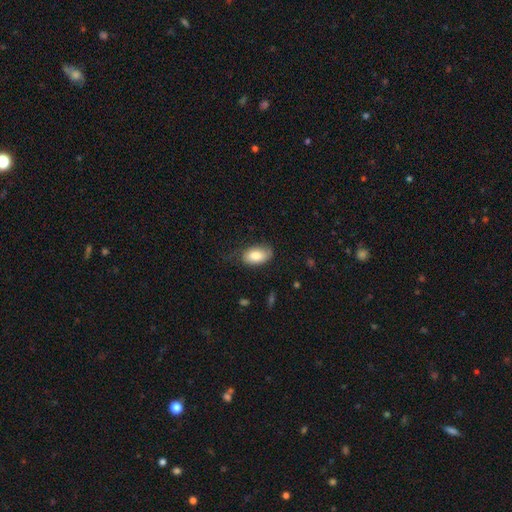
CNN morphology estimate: This appears to be a smooth galaxy with no disk features (80%) that is in between round and cigar-shaped (92%). Merging: none (62%).